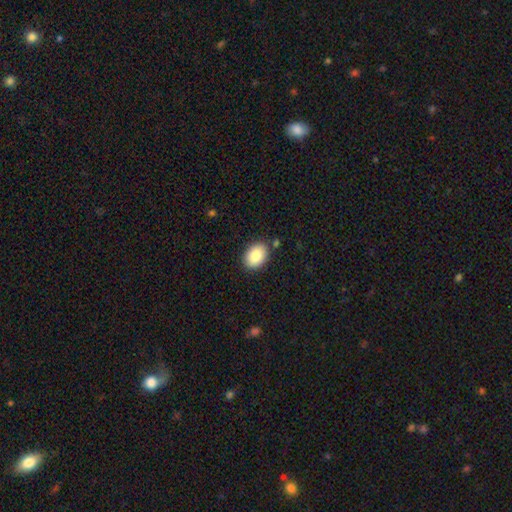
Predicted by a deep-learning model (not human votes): Smooth or featured?
  - smooth: 87% *
  - star or artifact: 7%
  - featured or disk: 6%
How rounded?
  - in between: 81% *
  - round: 18%
  - cigar-shaped: 1%
Merging?
  - none: 86% *
  - minor disturbance: 10%
  - merger: 2%
  - major disturbance: 2%